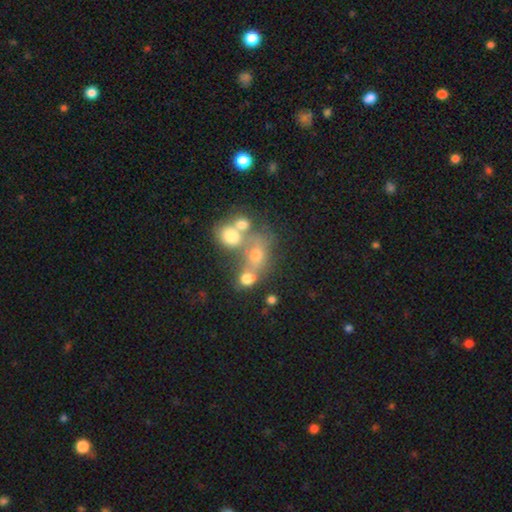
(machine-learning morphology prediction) Overall: smooth (59%; featured or disk 22%). How rounded: round (54%; in between 44%). Merging: merger (45%; none 35%).